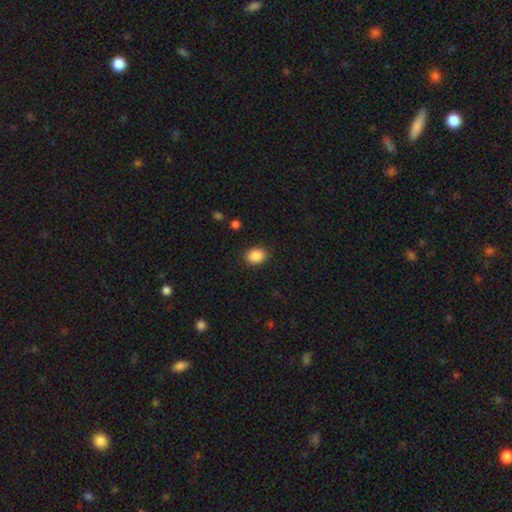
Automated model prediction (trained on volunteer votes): A smooth galaxy with no disk features (88%) that is in between round and cigar-shaped (55%).

Vote fractions:
- Smooth or featured? smooth: 88% / star or artifact: 8% / featured or disk: 3%
- How rounded? in between: 55% / round: 44% / cigar-shaped: 1%
- Merging? none: 89% / minor disturbance: 8% / major disturbance: 2% / merger: 1%